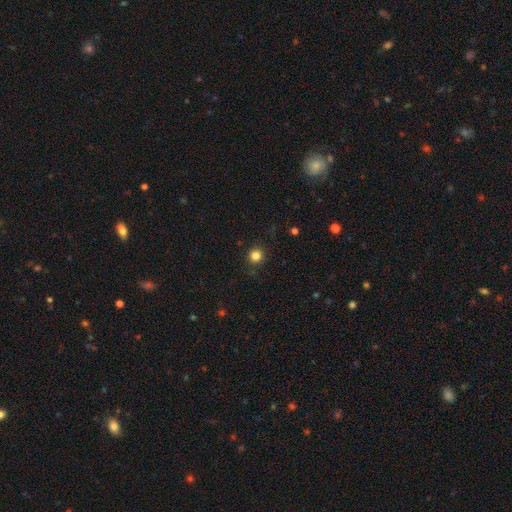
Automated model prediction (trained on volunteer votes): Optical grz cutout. It shows a smooth galaxy with no disk features (83%) that is round (94%). Merging: none (91%).